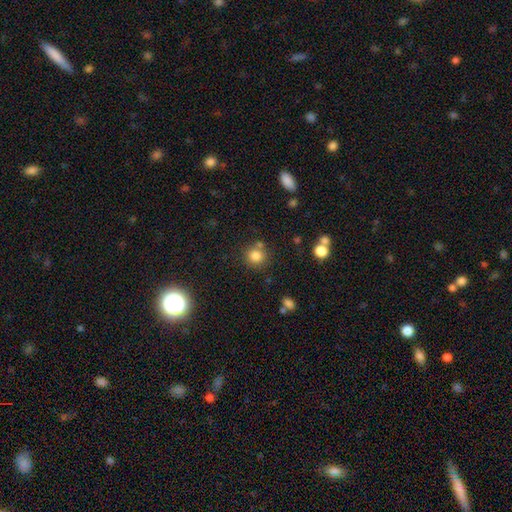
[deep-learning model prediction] This is clearly a smooth galaxy (81%). How rounded: clearly round (90%). Merging: likely none (73%).